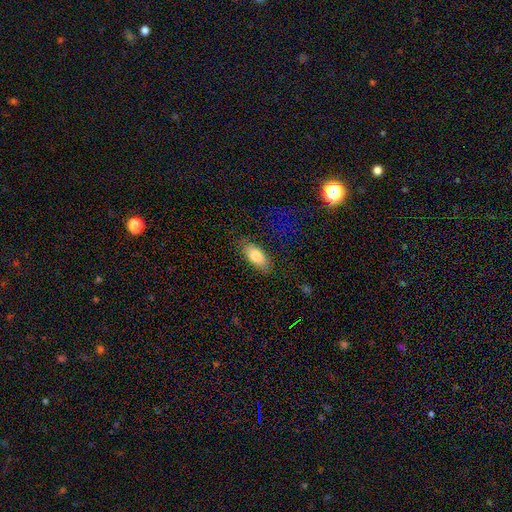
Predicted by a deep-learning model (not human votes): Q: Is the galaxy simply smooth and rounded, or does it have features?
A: smooth — 81%.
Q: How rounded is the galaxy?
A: in between — 86%.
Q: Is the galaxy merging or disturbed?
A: none — 80%.